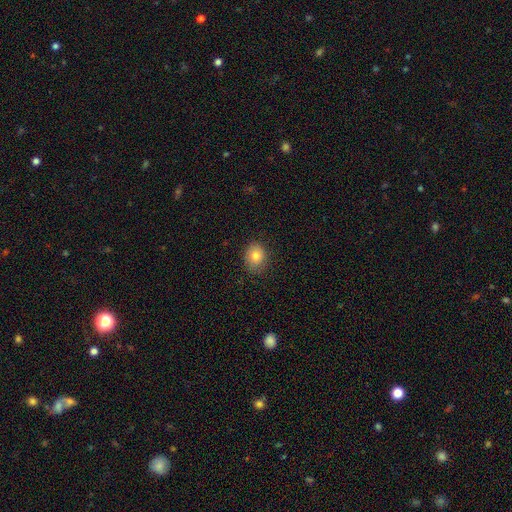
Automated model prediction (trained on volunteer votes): Morphology: type=smooth (81%); roundness=round (51%); merging=none (82%).